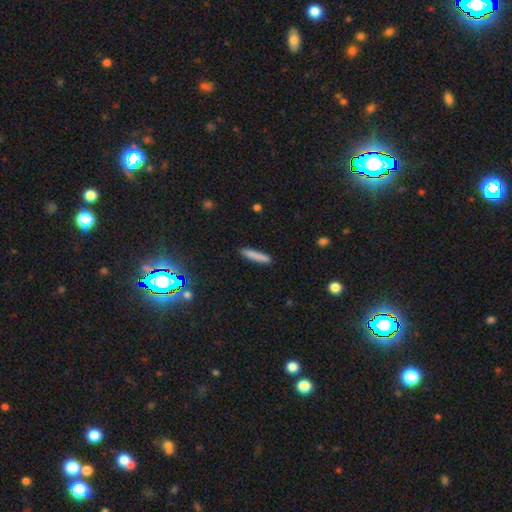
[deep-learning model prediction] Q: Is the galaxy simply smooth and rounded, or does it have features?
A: smooth — 82%.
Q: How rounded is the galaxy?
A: cigar-shaped — 92%.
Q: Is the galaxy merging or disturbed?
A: none — 89%.